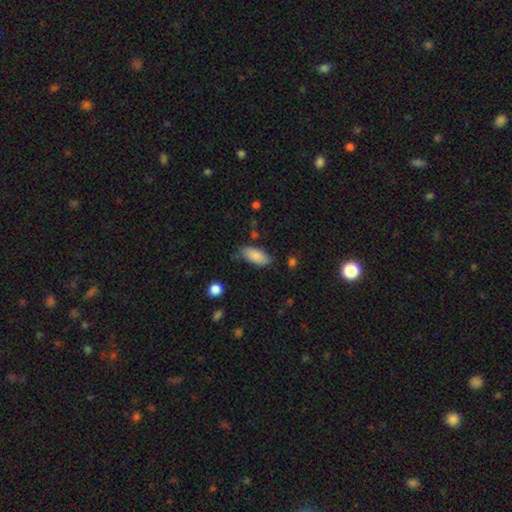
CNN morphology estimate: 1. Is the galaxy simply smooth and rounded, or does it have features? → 86% smooth, 8% featured or disk, 6% star or artifact.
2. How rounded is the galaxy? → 89% in between, 9% cigar-shaped, 2% round.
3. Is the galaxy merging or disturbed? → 71% none, 21% minor disturbance, 5% major disturbance, 3% merger.